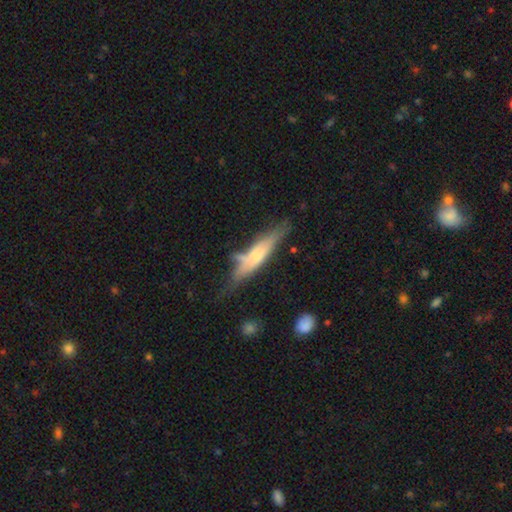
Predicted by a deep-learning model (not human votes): Smooth or featured? featured or disk (47%)
Merging? none (55%)